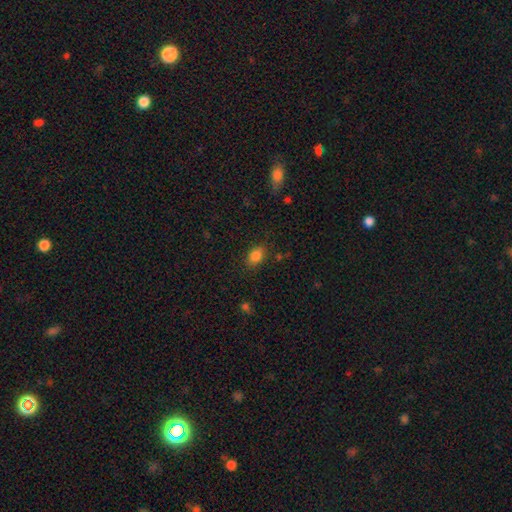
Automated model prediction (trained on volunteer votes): Smooth or featured?
  - smooth: 85% *
  - star or artifact: 10%
  - featured or disk: 5%
How rounded?
  - in between: 81% *
  - round: 18%
  - cigar-shaped: 2%
Merging?
  - none: 82% *
  - minor disturbance: 13%
  - major disturbance: 4%
  - merger: 2%